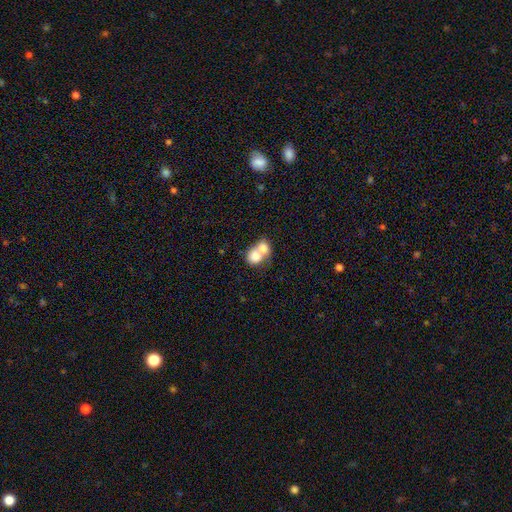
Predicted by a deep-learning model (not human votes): Overall: smooth (75%). How rounded: round (56%; in between 43%). Merging: merger (75%).